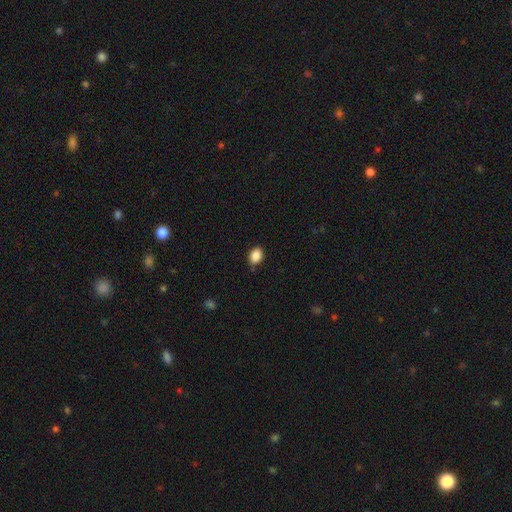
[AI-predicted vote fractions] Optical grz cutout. It shows a smooth galaxy with no disk features (88%) that is in between round and cigar-shaped (72%). Merging: none (80%).